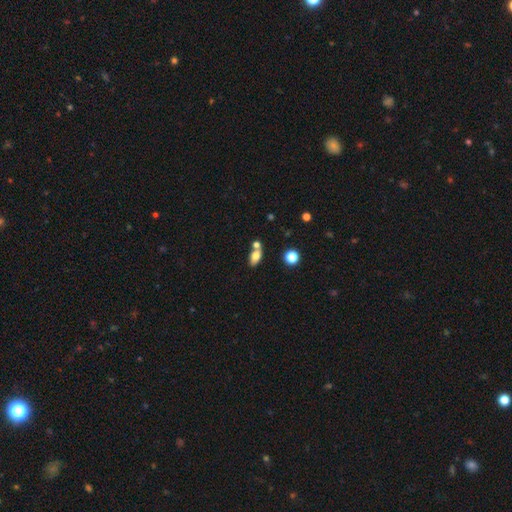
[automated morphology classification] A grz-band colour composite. It shows a smooth galaxy with no disk features (75%) that is in between round and cigar-shaped (84%). Merging: none (56%).